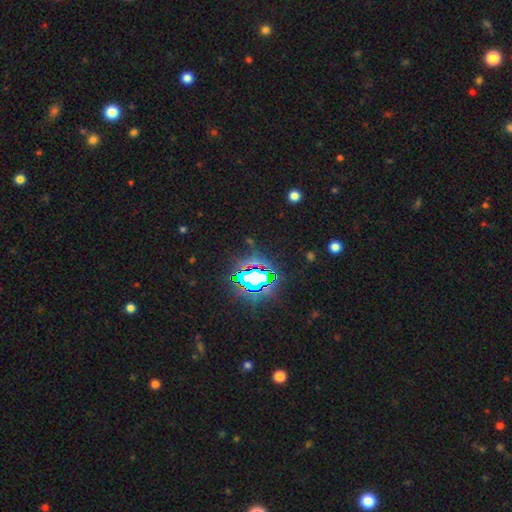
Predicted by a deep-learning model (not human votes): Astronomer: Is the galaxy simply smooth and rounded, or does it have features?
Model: star or artifact — 79%.